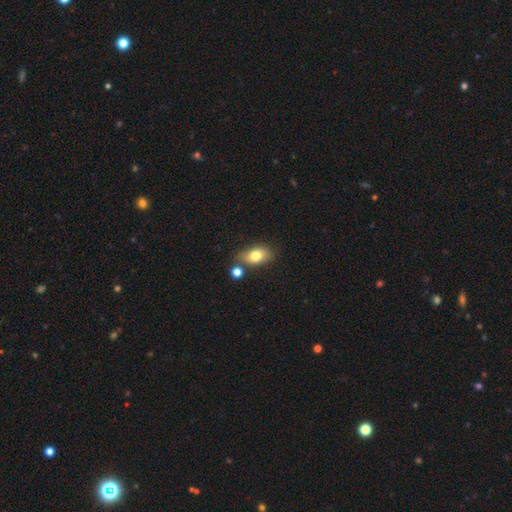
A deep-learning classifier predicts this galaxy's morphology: This is likely a smooth galaxy (77%). How rounded: clearly in between (82%). Merging: likely none (68%).